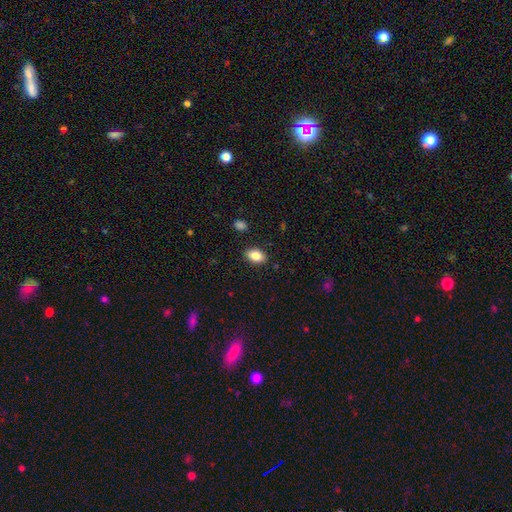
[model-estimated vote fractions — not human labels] The model was most divided on "smooth or featured": smooth: 83%, featured or disk: 9%, star or artifact: 8%. More confident: merging — none (87%); how rounded — in between (87%).